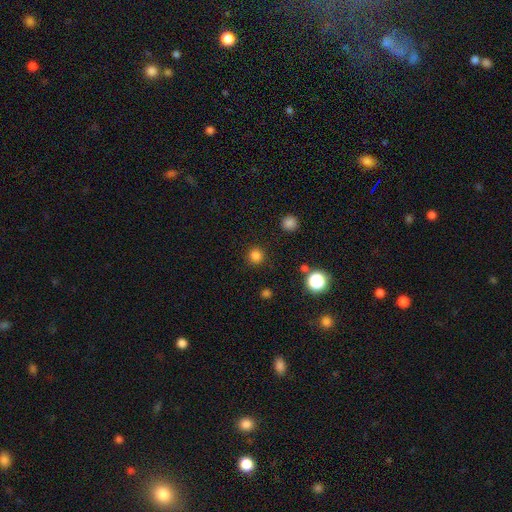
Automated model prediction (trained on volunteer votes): Smooth or featured? Predicted: smooth (p=0.81). How rounded? Predicted: round (p=0.95). Merging? Predicted: none (p=0.91).